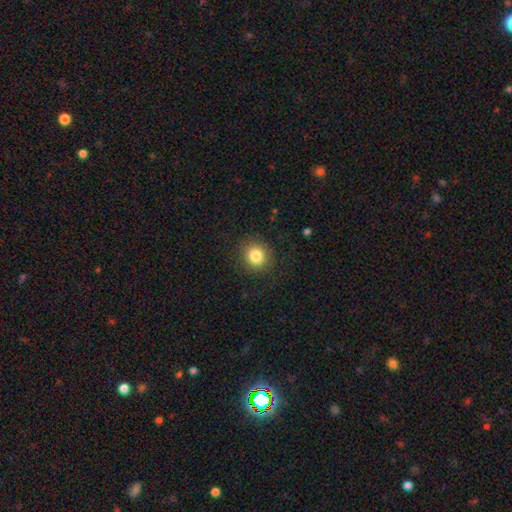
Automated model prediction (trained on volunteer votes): smooth 84%, star or artifact 10%, featured or disk 6%. Down the decision tree: how rounded — round (85%); merging — none (89%).